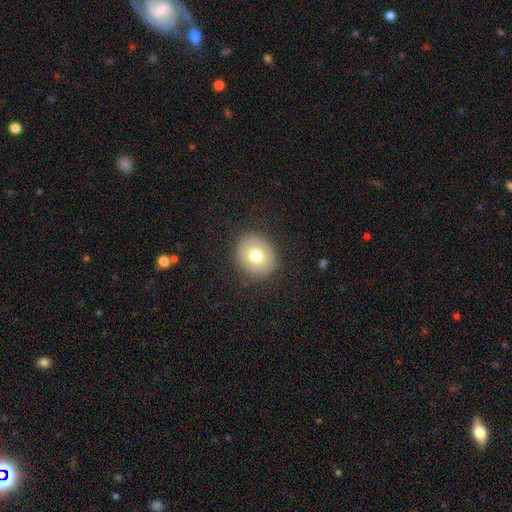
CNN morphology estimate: Smooth or featured? smooth (73%)
How rounded? round (70%)
Merging? none (87%)